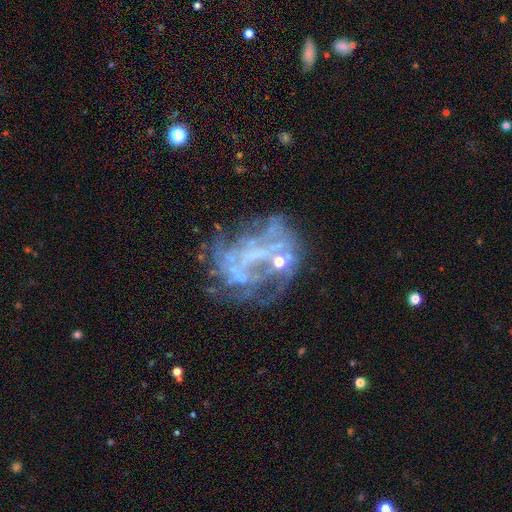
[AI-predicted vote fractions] featured or disk 65%, star or artifact 22%, smooth 13%. Down the decision tree: edge-on disk — no (97%); bar — no (62%); spiral arms — no (52%); bulge size — none (44%); merging — none (42%).